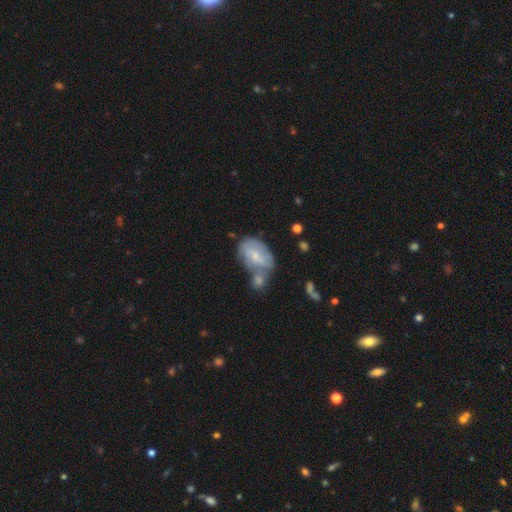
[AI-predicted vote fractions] smooth_or_featured: smooth (p=0.47) [alt: featured or disk p=0.46]
merging: merger (p=0.41) [alt: none p=0.31]